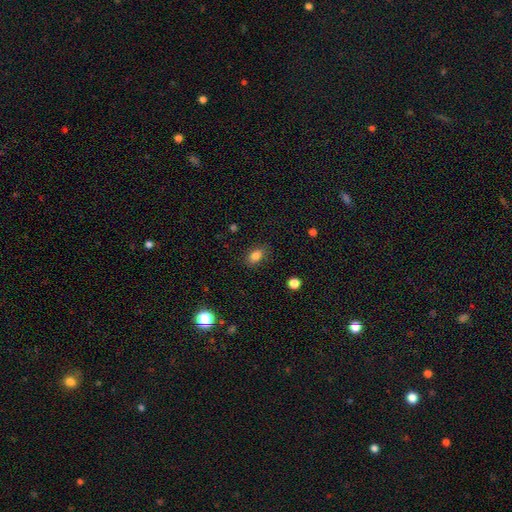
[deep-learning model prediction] This is clearly a smooth galaxy (83%). How rounded: clearly in between (82%). Merging: clearly none (84%).